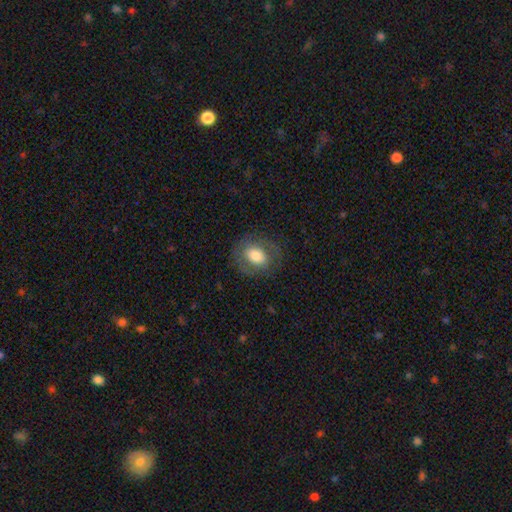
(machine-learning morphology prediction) smooth-or-featured: smooth: 67% | featured or disk: 25% | star or artifact: 8%
  how-rounded: in between: 53% | round: 46% | cigar-shaped: 1%
  merging: none: 78% | minor disturbance: 14% | major disturbance: 8% | merger: 1%